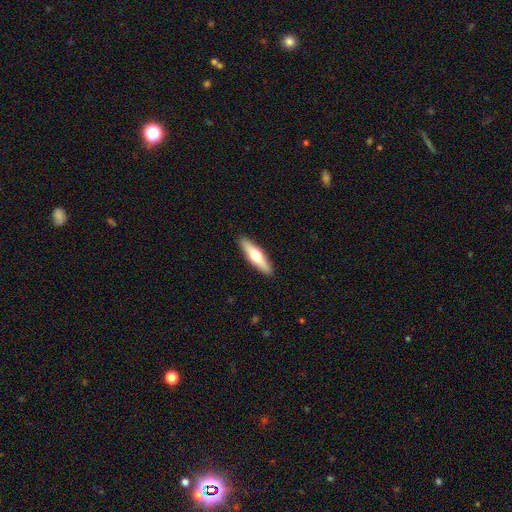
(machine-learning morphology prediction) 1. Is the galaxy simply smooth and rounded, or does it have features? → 52% smooth, 43% featured or disk, 5% star or artifact.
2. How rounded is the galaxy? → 70% cigar-shaped, 28% in between, 2% round.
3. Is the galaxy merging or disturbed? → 91% none, 6% minor disturbance, 1% major disturbance, 1% merger.